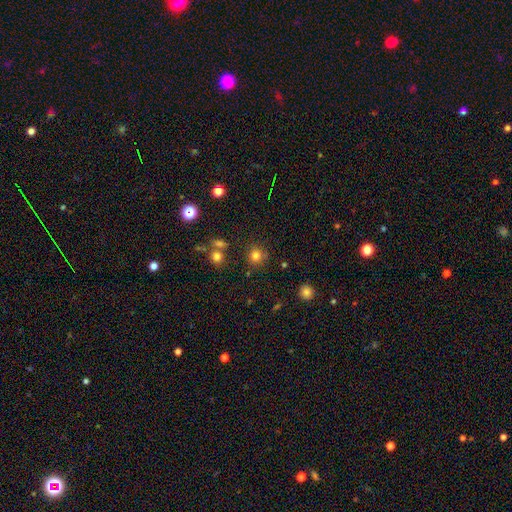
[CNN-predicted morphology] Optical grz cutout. It shows a smooth galaxy with no disk features (78%) that is round (89%). Merging: none (79%).